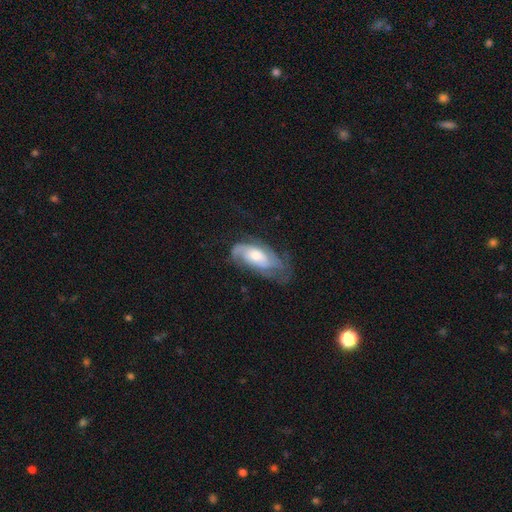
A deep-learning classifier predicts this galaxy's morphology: Smooth or featured? featured or disk (74%)
Edge-on disk? no (92%)
Bar? no (67%)
Spiral arms? yes (90%)
Spiral winding? tight (46%)
Spiral arm count? 2 (43%)
Bulge size? moderate (62%)
Merging? none (56%)